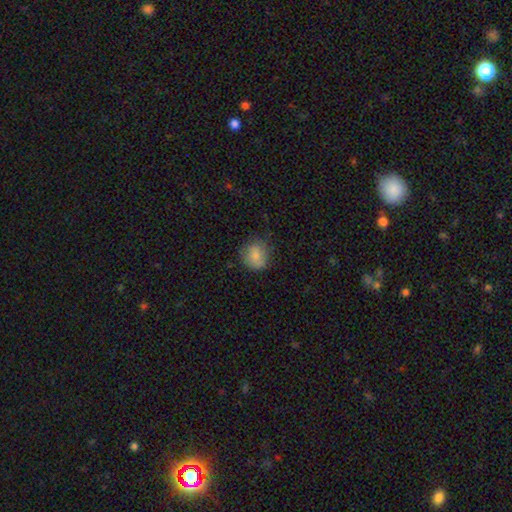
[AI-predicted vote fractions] smooth 82%, featured or disk 10%, star or artifact 8%. Down the decision tree: how rounded — round (73%); merging — none (71%).